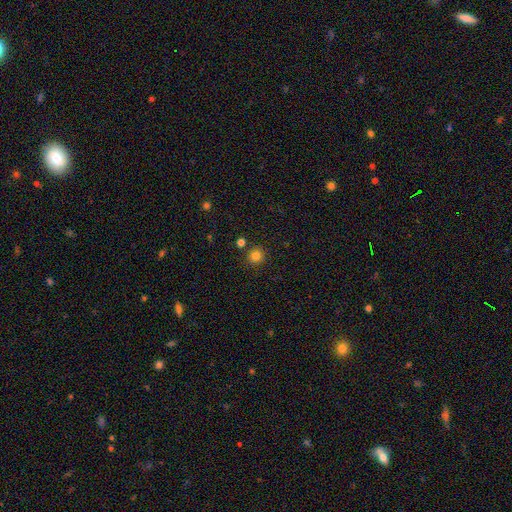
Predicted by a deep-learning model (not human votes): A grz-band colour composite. It shows a smooth galaxy with no disk features (81%) that is round (92%). Merging: none (86%).